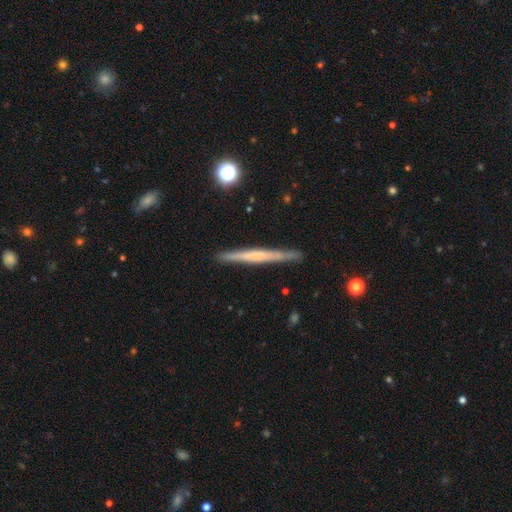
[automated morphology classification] The model was most divided on "smooth or featured": featured or disk: 54%, smooth: 40%, star or artifact: 6%. More confident: edge-on disk — yes (97%); merging — none (90%); edge-on bulge — none (69%).